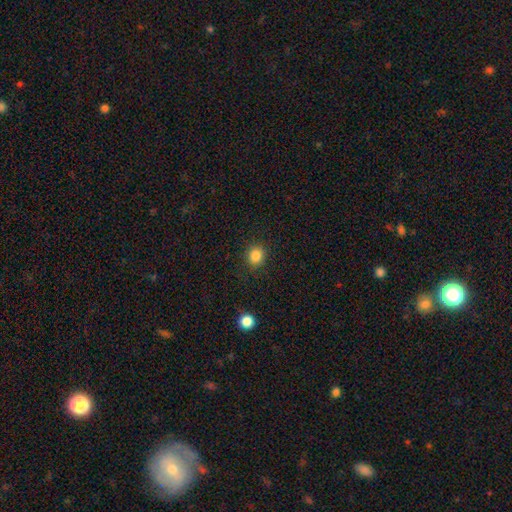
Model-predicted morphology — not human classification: The model was most divided on "how rounded": round: 80%, in between: 19%, cigar-shaped: 1%. More confident: merging — none (88%); smooth or featured — smooth (85%).